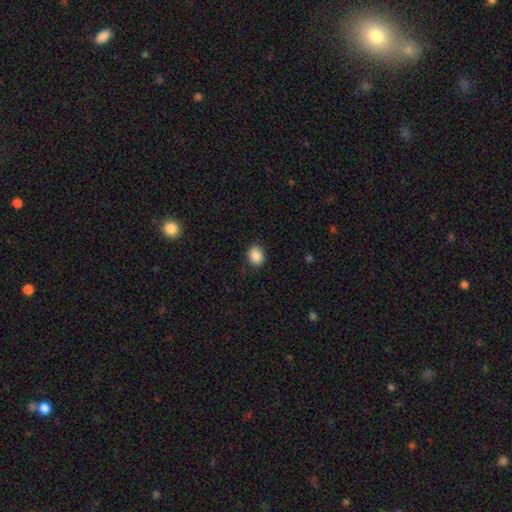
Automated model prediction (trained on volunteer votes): This appears to be a smooth galaxy with no disk features (89%) that is round (51%). Merging: none (86%).